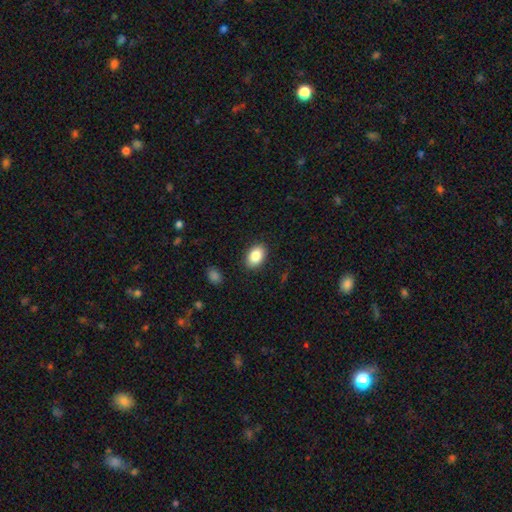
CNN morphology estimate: smooth_or_featured: smooth (p=0.86) [alt: star or artifact p=0.07]
how_rounded: in between (p=0.87) [alt: round p=0.12]
merging: none (p=0.87) [alt: minor disturbance p=0.09]